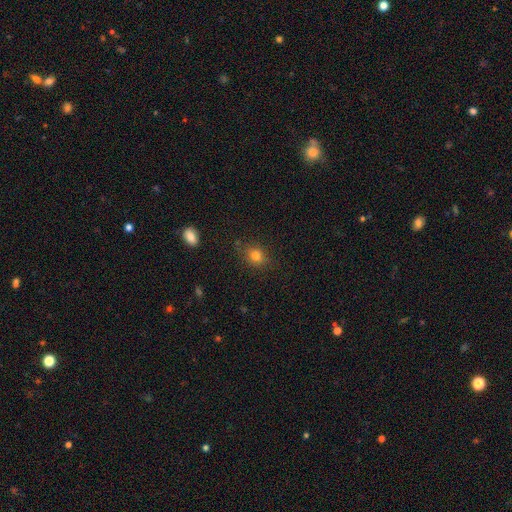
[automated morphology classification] A smooth galaxy with no disk features (79%) that is round (57%). Merging: none (79%).